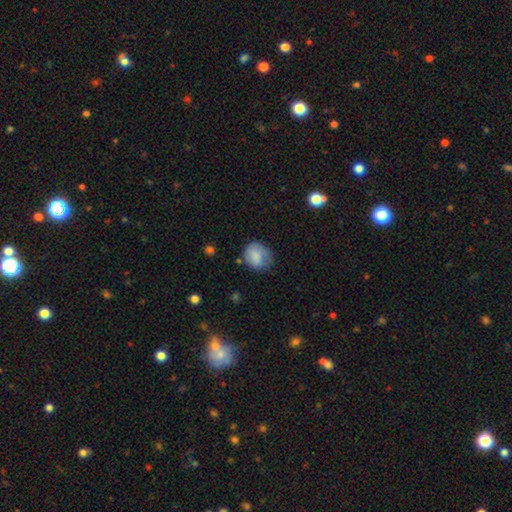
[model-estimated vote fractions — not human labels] This is likely a smooth galaxy (79%). How rounded: likely round (60%). Merging: possibly none (55%).